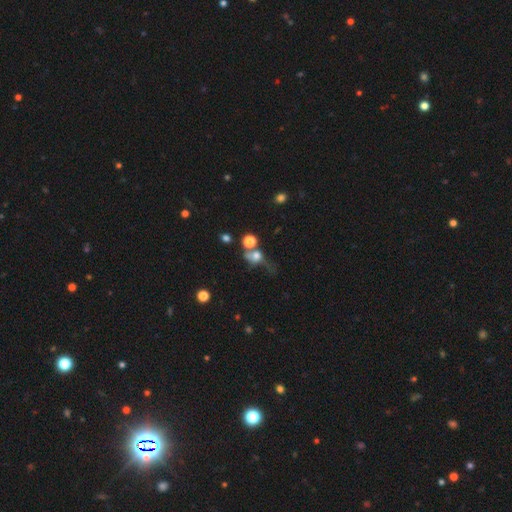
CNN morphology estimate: Smooth or featured? Predicted: smooth (p=0.58). How rounded? Predicted: round (p=0.65). Merging? Predicted: none (p=0.28, tied with major disturbance).